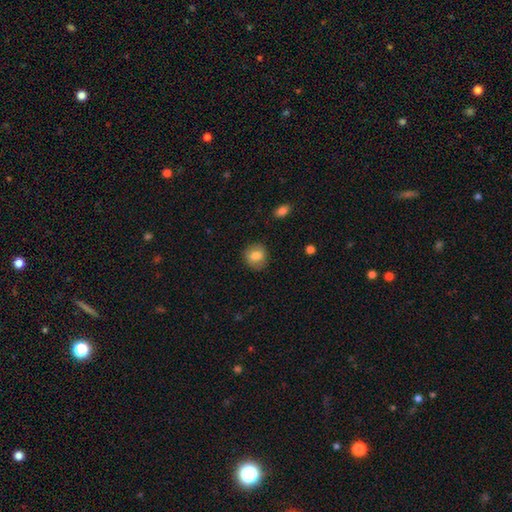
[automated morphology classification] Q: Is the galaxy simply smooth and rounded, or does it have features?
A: smooth — 80%.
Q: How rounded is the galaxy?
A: round — 81%.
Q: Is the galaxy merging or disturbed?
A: none — 86%.